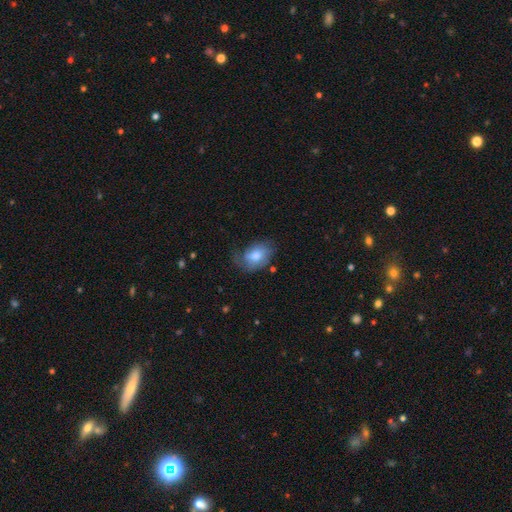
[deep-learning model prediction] Overall: smooth (57%; featured or disk 35%). How rounded: in between (79%). Merging: none (51%; minor disturbance 32%).